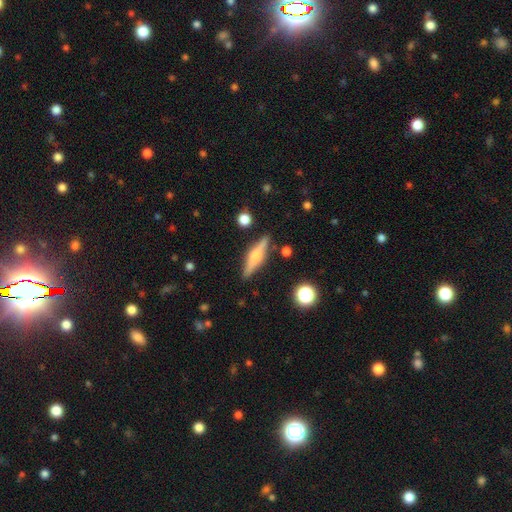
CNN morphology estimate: A featured or disk galaxy (59%) viewed edge-on (96%) with a rounded central bulge (81%).

Vote fractions:
- Smooth or featured? featured or disk: 59% / smooth: 33% / star or artifact: 8%
- Edge-on disk? yes: 96% / no: 4%
- Edge-on bulge? rounded: 81% / boxy: 14% / none: 5%
- Merging? none: 86% / minor disturbance: 9% / major disturbance: 2% / merger: 2%